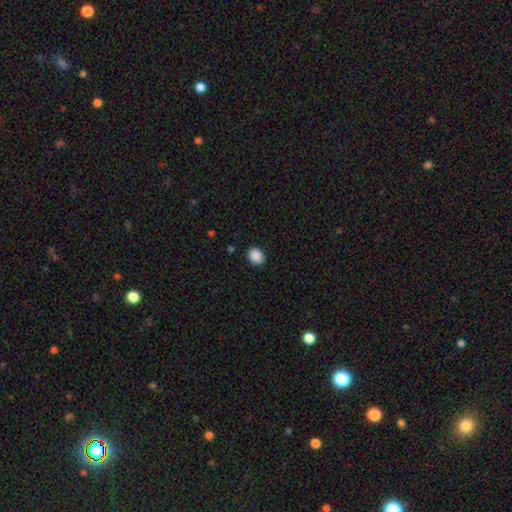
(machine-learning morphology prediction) Smooth or featured? Predicted: smooth (p=0.89). How rounded? Predicted: round (p=0.53). Merging? Predicted: none (p=0.90).